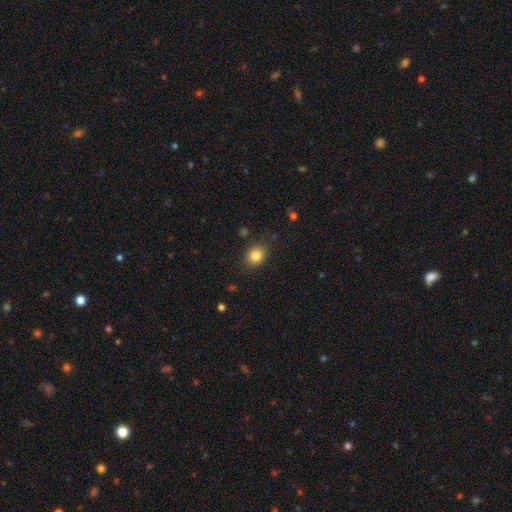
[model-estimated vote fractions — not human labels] Morphology: type=smooth (83%); roundness=round (65%); merging=none (85%).